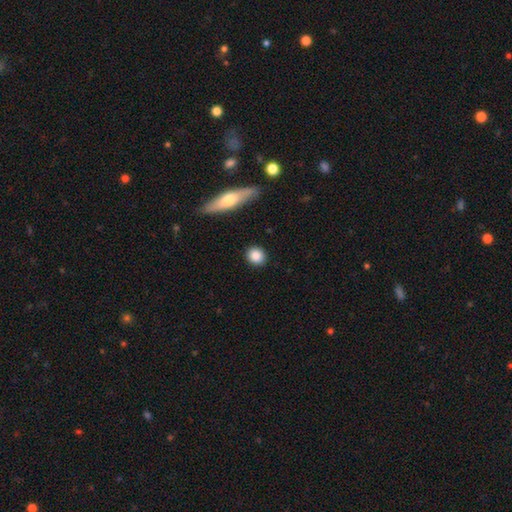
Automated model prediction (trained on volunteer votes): Smooth or featured? Predicted: smooth (p=0.87). How rounded? Predicted: round (p=0.84). Merging? Predicted: none (p=0.90).